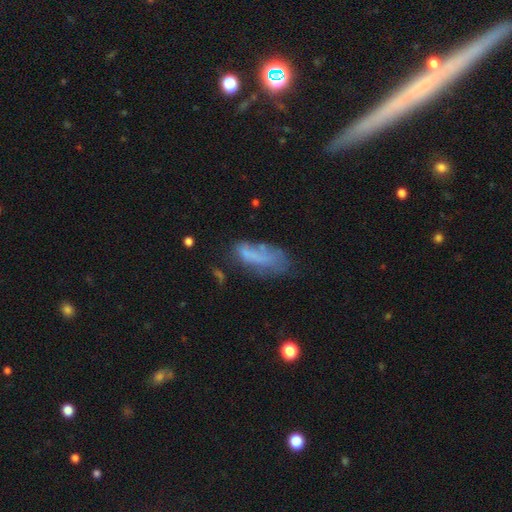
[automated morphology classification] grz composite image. It shows a smooth galaxy with no disk features (55%) that is in between round and cigar-shaped (74%). Merging: none (35%).